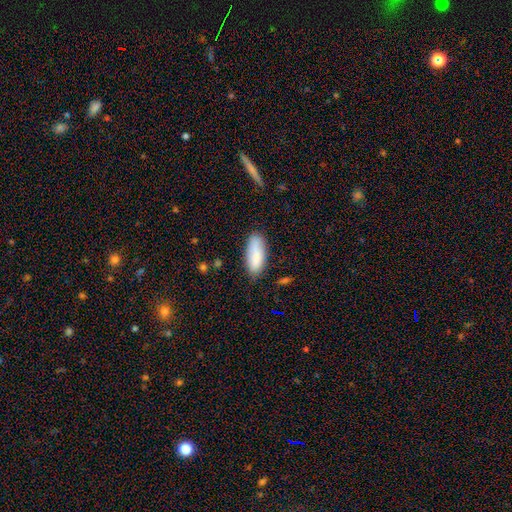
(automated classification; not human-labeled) This is clearly a smooth galaxy (85%). How rounded: likely in between (75%). Merging: likely none (75%).